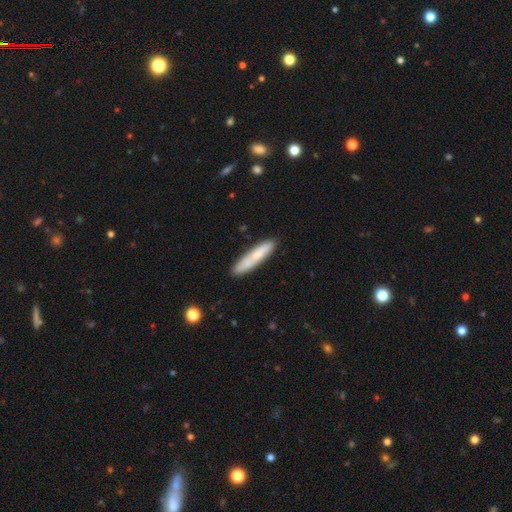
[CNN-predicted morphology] Smooth or featured? smooth (68%)
How rounded? cigar-shaped (87%)
Merging? none (81%)